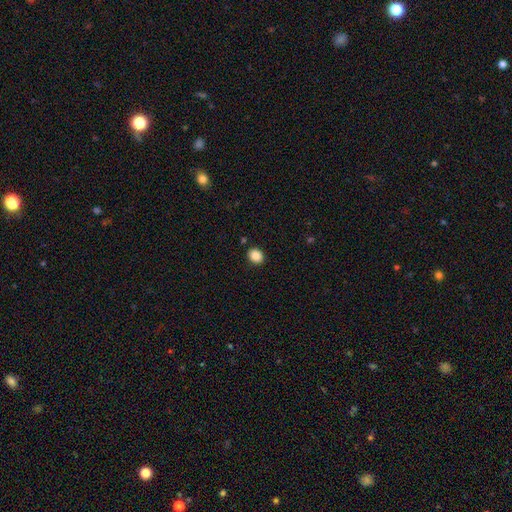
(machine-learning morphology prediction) Q: Smooth or featured?
A: smooth (88%); runner-up: star or artifact (9%)
Q: How rounded?
A: round (58%); runner-up: in between (41%)
Q: Merging?
A: none (89%); runner-up: minor disturbance (7%)